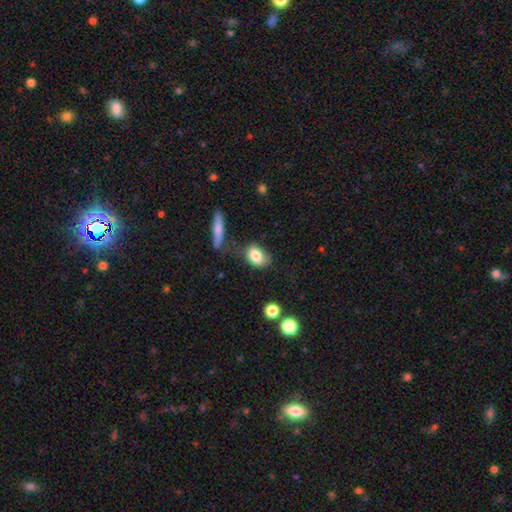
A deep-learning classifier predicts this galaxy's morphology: Smooth or featured?
  - smooth: 81% *
  - featured or disk: 11%
  - star or artifact: 8%
How rounded?
  - in between: 79% *
  - round: 18%
  - cigar-shaped: 3%
Merging?
  - none: 55% *
  - minor disturbance: 26%
  - major disturbance: 10%
  - merger: 10%